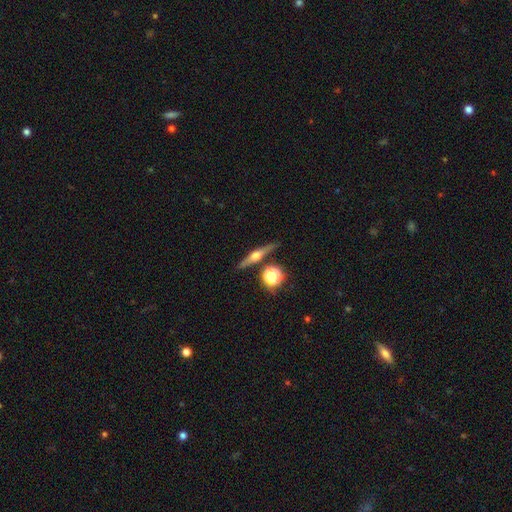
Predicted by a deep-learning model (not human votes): Overall: featured or disk (74%). Edge-on disk: yes (97%). Edge-on bulge: rounded (92%). Merging: none (85%).